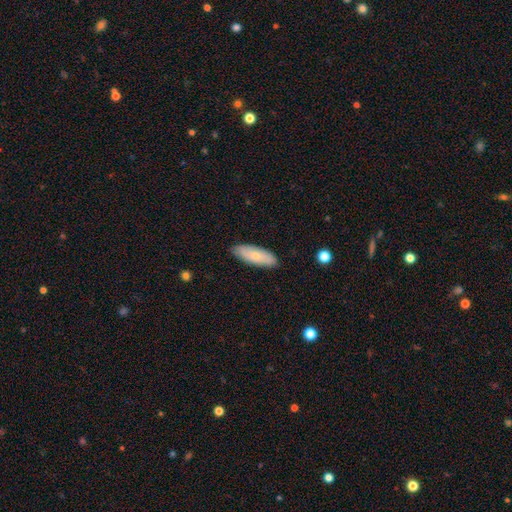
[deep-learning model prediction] Overall: smooth (64%; featured or disk 30%). How rounded: in between (69%; cigar-shaped 29%). Merging: none (85%).